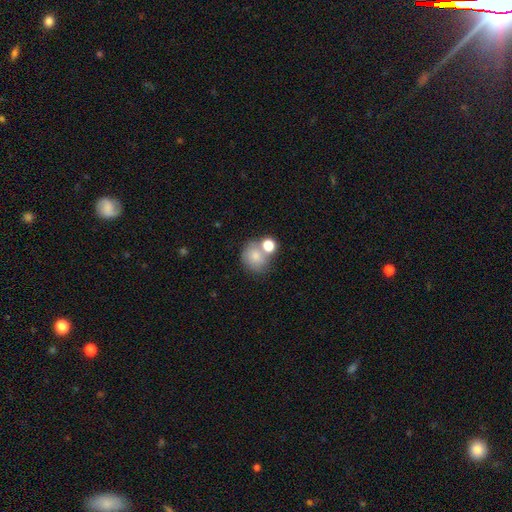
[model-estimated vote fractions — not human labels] The model was most divided on "merging": none: 46%, merger: 36%, minor disturbance: 12%, major disturbance: 6%. More confident: how rounded — round (78%); smooth or featured — smooth (76%).